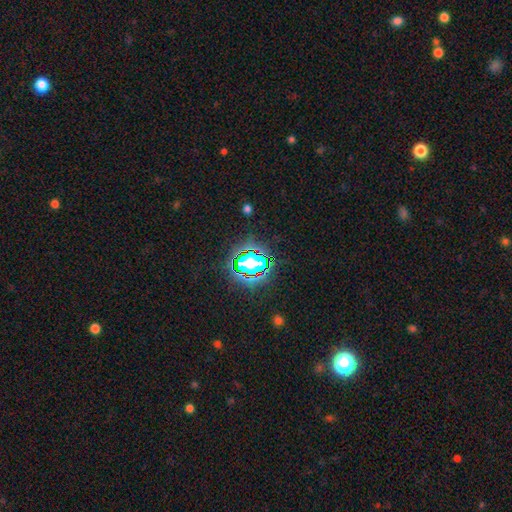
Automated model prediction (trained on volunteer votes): The model was most divided on "smooth or featured": star or artifact: 75%, smooth: 16%, featured or disk: 9%.